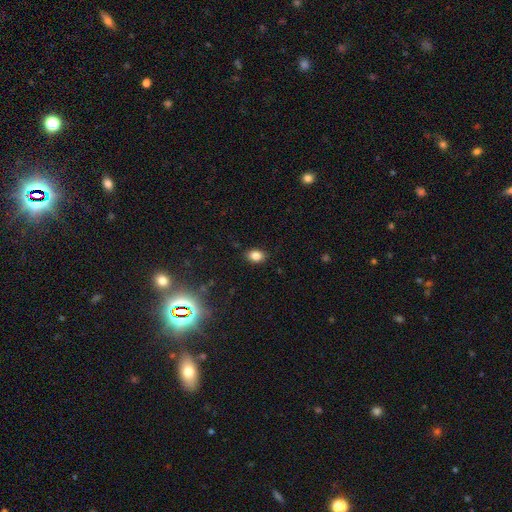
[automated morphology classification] Smooth or featured: smooth — 83% (star or artifact — 11%)
How rounded: in between — 72% (round — 26%)
Merging: none — 86% (minor disturbance — 10%)